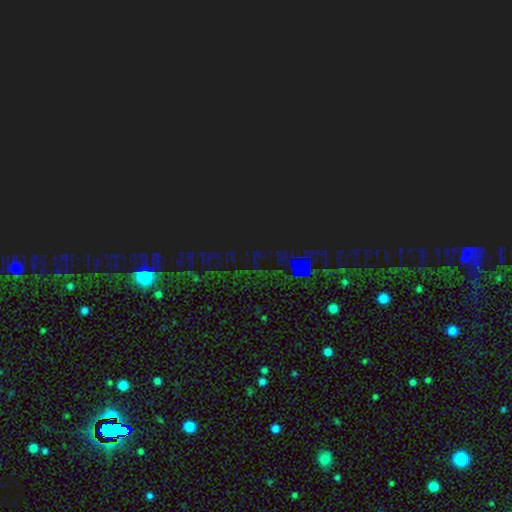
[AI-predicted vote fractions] A star or artifact, not a galaxy (85%).